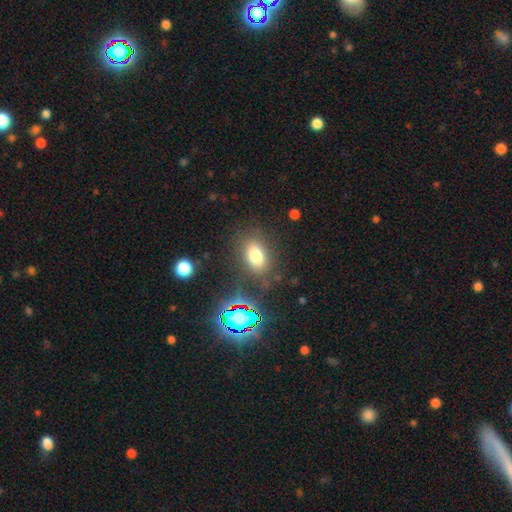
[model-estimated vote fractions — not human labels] smooth 74%, star or artifact 16%, featured or disk 10%. Down the decision tree: how rounded — in between (82%); merging — none (81%).